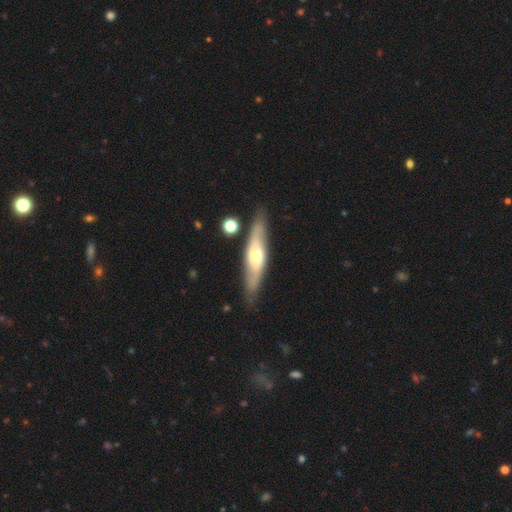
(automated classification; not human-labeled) Smooth or featured? featured or disk (59%)
Edge-on disk? yes (64%)
Merging? none (81%)